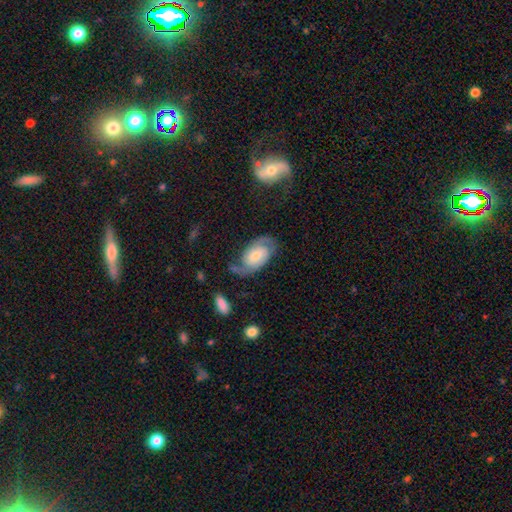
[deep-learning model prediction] The model was most divided on "bulge size": moderate: 43%, small: 39%, large: 11%, none: 5%, dominant: 2%. Remaining: edge-on disk — no (96%); spiral arms — yes (92%); spiral arm count — 2 (85%); smooth or featured — featured or disk (70%); merging — none (62%); spiral winding — medium (46%); bar — weak (45%).